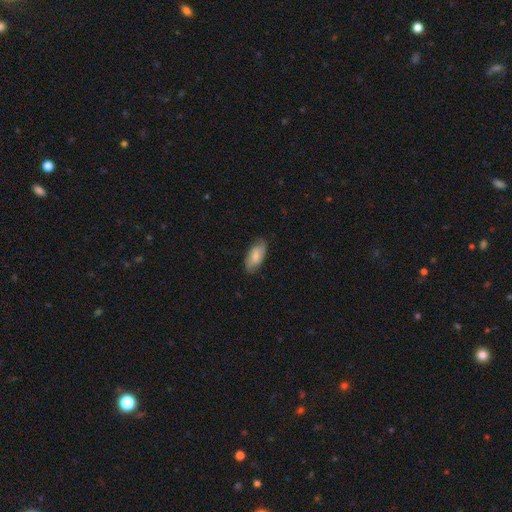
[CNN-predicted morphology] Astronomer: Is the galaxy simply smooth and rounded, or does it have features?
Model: smooth — 68%.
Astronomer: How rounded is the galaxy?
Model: in between — 91%.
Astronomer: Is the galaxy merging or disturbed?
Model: none — 80%.